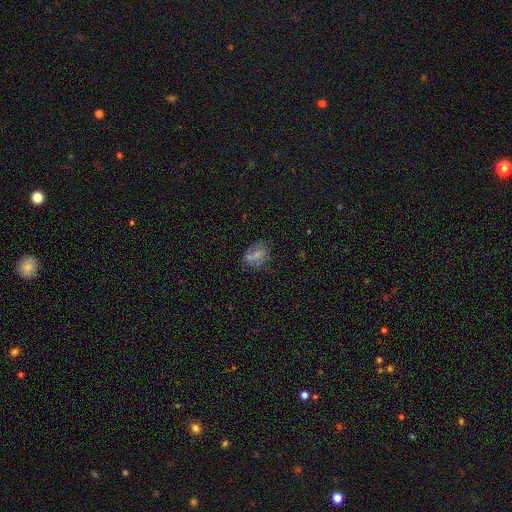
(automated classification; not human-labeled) A smooth galaxy with no disk features (57%) that is in between round and cigar-shaped (71%).

Vote fractions:
- Smooth or featured? smooth: 57% / star or artifact: 22% / featured or disk: 20%
- How rounded? in between: 71% / round: 25% / cigar-shaped: 4%
- Merging? none: 62% / minor disturbance: 21% / major disturbance: 11% / merger: 6%